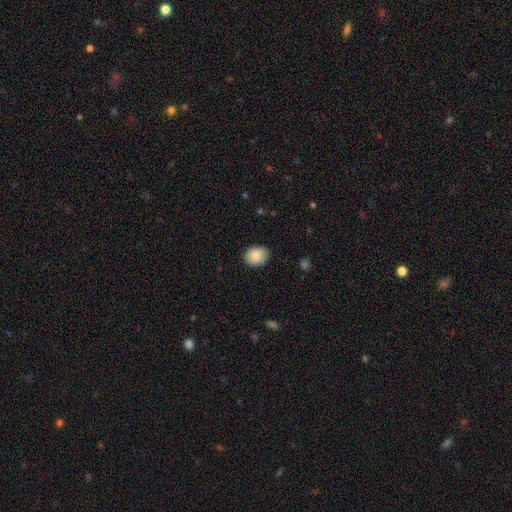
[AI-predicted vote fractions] A smooth galaxy with no disk features (87%) that is in between round and cigar-shaped (57%).

Vote fractions:
- Smooth or featured? smooth: 87% / star or artifact: 7% / featured or disk: 6%
- How rounded? in between: 57% / round: 42% / cigar-shaped: 1%
- Merging? none: 85% / minor disturbance: 12% / major disturbance: 2% / merger: 1%